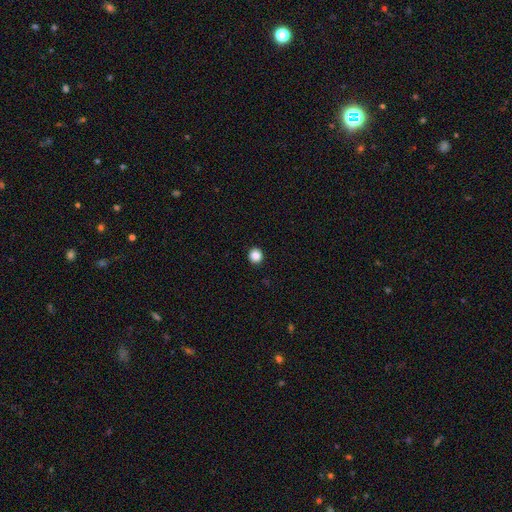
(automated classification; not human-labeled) Smooth or featured? Predicted: smooth (p=0.87). How rounded? Predicted: round (p=0.91). Merging? Predicted: none (p=0.93).